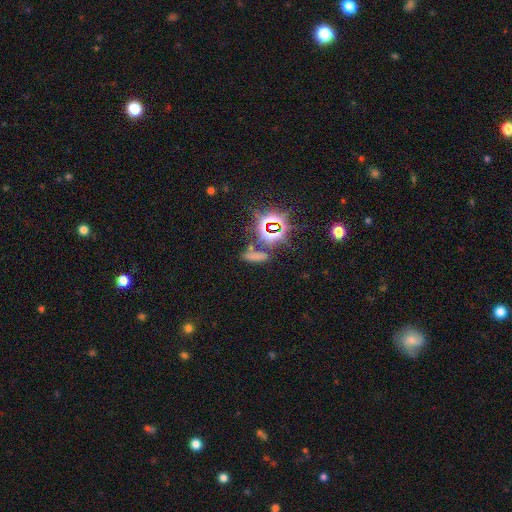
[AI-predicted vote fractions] Smooth or featured?
  - smooth: 49% *
  - star or artifact: 42%
  - featured or disk: 9%
Merging?
  - none: 68% *
  - minor disturbance: 13%
  - merger: 11%
  - major disturbance: 7%